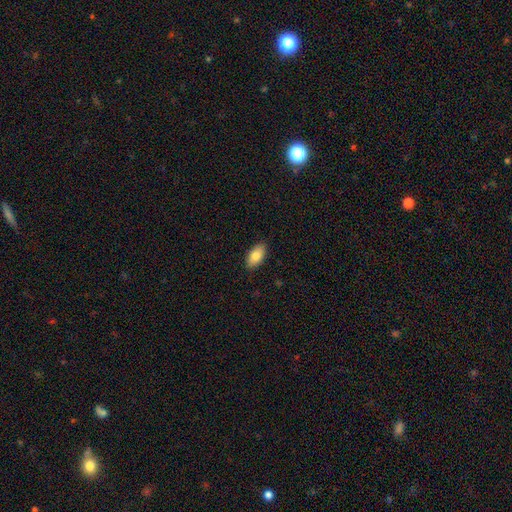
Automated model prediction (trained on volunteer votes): Smooth or featured? Predicted: smooth (p=0.82). How rounded? Predicted: in between (p=0.93). Merging? Predicted: none (p=0.88).